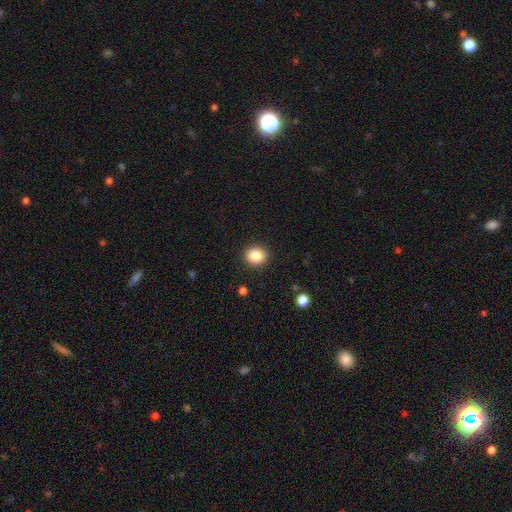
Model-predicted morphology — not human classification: smooth_or_featured: smooth (p=0.86) [alt: star or artifact p=0.09]
how_rounded: round (p=0.75) [alt: in between p=0.25]
merging: none (p=0.90) [alt: minor disturbance p=0.07]